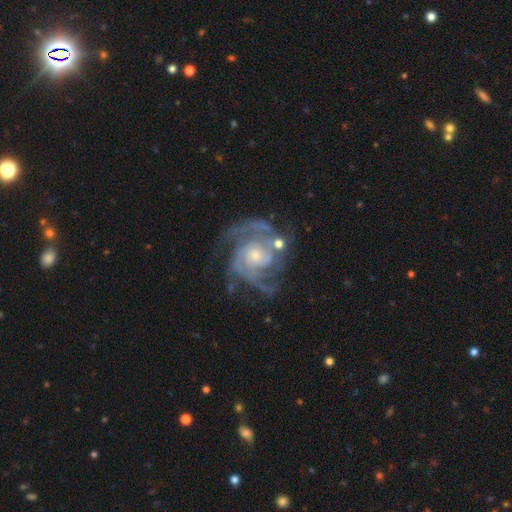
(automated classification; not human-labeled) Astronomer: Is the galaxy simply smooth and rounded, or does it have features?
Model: featured or disk — 92%.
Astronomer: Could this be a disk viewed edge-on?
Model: no — 98%.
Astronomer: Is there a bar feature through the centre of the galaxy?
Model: no — 71%.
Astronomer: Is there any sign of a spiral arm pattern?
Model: yes — 98%.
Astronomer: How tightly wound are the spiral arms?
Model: tight — 53% (runner-up: medium, 40%).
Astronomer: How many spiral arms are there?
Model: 3 — 36% (runner-up: 2, 30%).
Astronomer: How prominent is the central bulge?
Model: small — 63%.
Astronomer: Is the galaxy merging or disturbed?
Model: none — 66%.